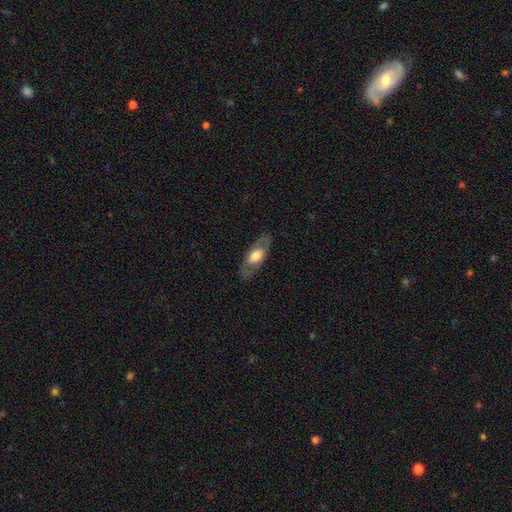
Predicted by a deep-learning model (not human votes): Q: Smooth or featured?
A: smooth (49%); runner-up: featured or disk (45%)
Q: Merging?
A: none (81%); runner-up: minor disturbance (13%)